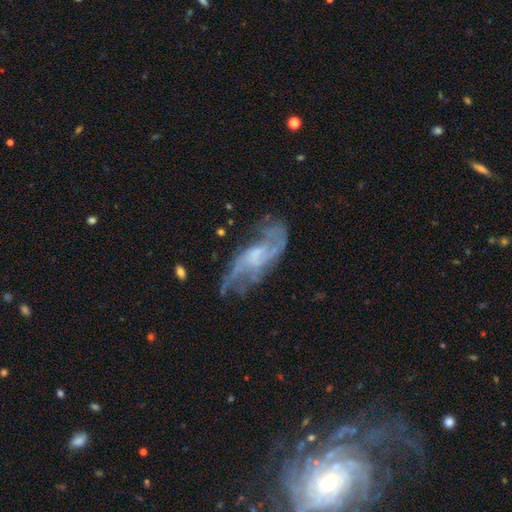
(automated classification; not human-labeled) smooth-or-featured: featured or disk: 77% | smooth: 14% | star or artifact: 8%
  disk-edge-on: no: 89% | yes: 11%
    bar: no: 51% | weak: 39% | strong: 9%
    has-spiral-arms: yes: 85% | no: 15%
      spiral-winding: loose: 44% | medium: 38% | tight: 17%
      spiral-arm-count: 2: 52% | can't tell: 26% | 3: 10% | 4: 4% | 1: 4% | more than 4: 3%
    bulge-size: small: 35% | none: 30% | moderate: 28% | large: 5% | dominant: 1%
  merging: none: 56% | minor disturbance: 23% | major disturbance: 18% | merger: 3%